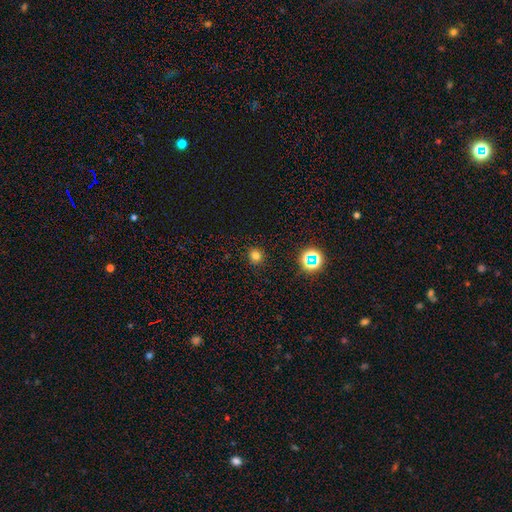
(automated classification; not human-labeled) smooth-or-featured: smooth: 75% | star or artifact: 20% | featured or disk: 5%
  how-rounded: round: 90% | in between: 9% | cigar-shaped: 1%
  merging: none: 90% | minor disturbance: 6% | major disturbance: 2% | merger: 1%